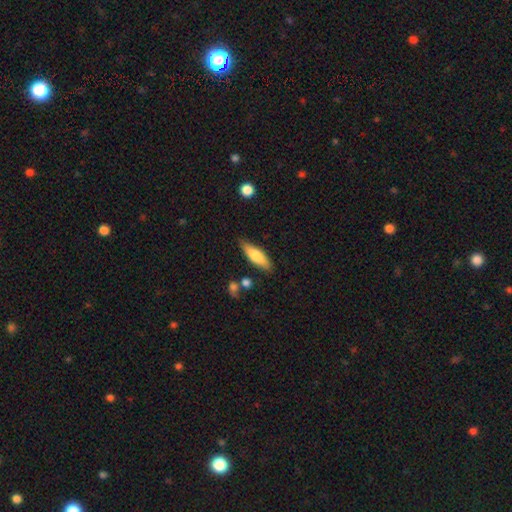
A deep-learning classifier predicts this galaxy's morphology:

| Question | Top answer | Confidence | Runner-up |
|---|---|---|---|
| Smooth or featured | smooth | 67% | featured or disk (27%) |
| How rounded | cigar-shaped | 49% | tied: in between (49%) |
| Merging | none | 80% | minor disturbance (14%) |